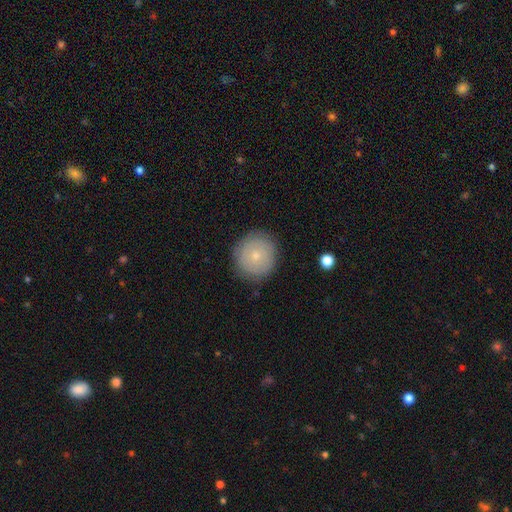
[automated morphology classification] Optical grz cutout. It shows a smooth galaxy with no disk features (68%) that is round (88%). Merging: none (85%).